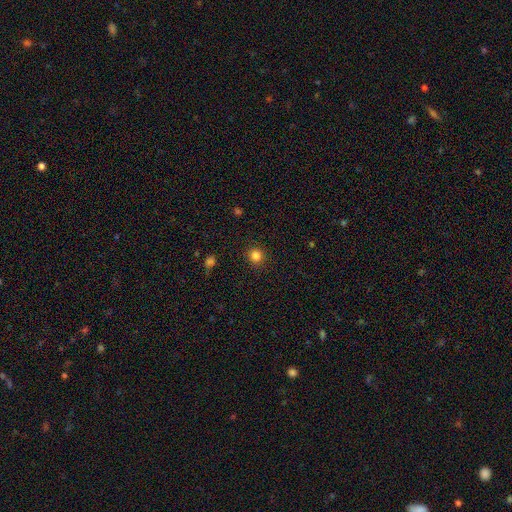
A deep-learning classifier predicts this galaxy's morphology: type=smooth (83%); roundness=round (92%); merging=none (90%).